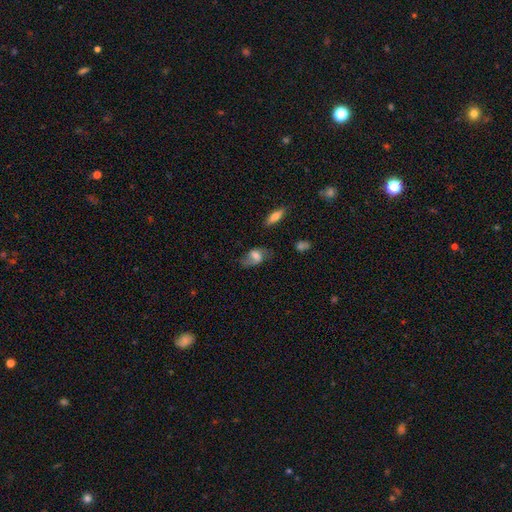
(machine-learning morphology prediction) Smooth or featured?
  - smooth: 48% *
  - featured or disk: 43%
  - star or artifact: 9%
Merging?
  - none: 61% *
  - minor disturbance: 25%
  - major disturbance: 12%
  - merger: 2%